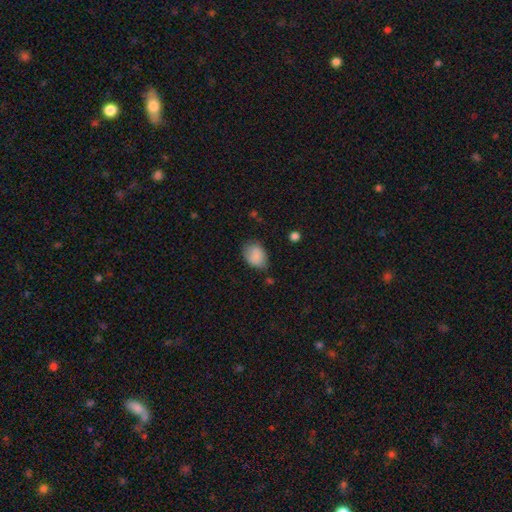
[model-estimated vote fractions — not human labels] Smooth or featured? Predicted: smooth (p=0.85). How rounded? Predicted: in between (p=0.74). Merging? Predicted: none (p=0.67).